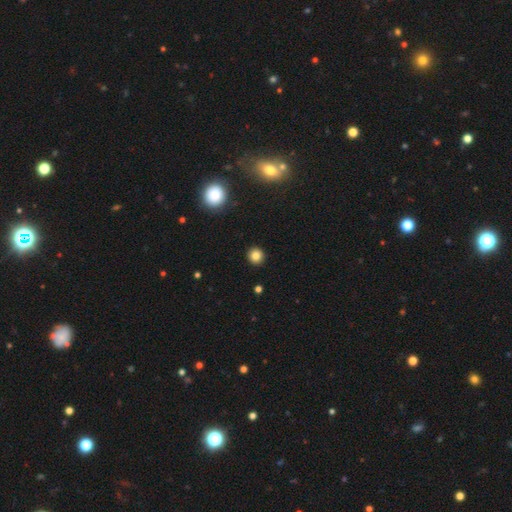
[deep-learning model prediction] Smooth or featured? smooth (82%)
How rounded? round (92%)
Merging? none (93%)